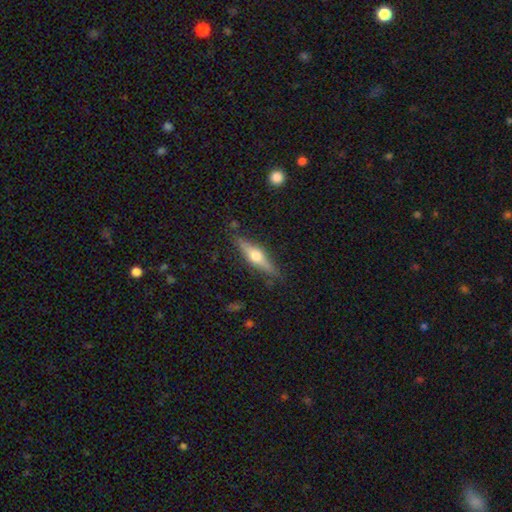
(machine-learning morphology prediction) A featured or disk galaxy (64%) viewed edge-on (96%) with a rounded central bulge (94%).

Vote fractions:
- Smooth or featured? featured or disk: 64% / smooth: 29% / star or artifact: 6%
- Edge-on disk? yes: 96% / no: 4%
- Edge-on bulge? rounded: 94% / boxy: 3% / none: 2%
- Merging? none: 85% / minor disturbance: 11% / major disturbance: 2% / merger: 1%